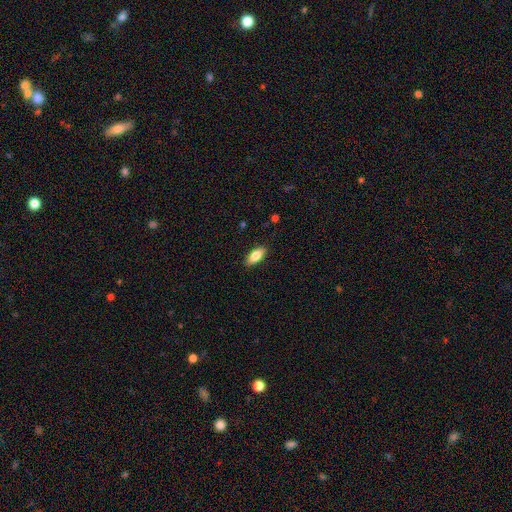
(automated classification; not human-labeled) Overall: smooth (82%). How rounded: in between (85%). Merging: none (88%).